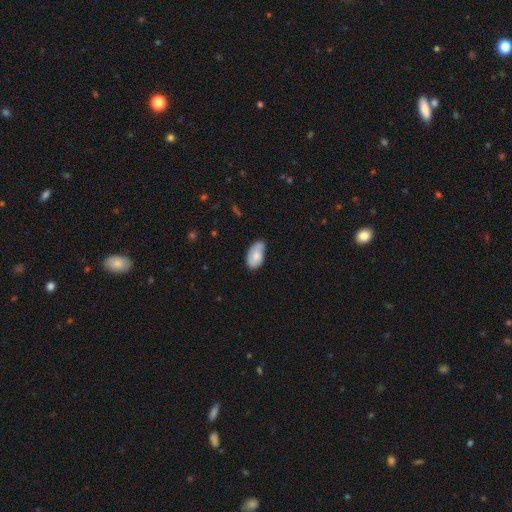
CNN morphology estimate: This is likely a smooth galaxy (70%). How rounded: clearly in between (94%). Merging: possibly none (54%).